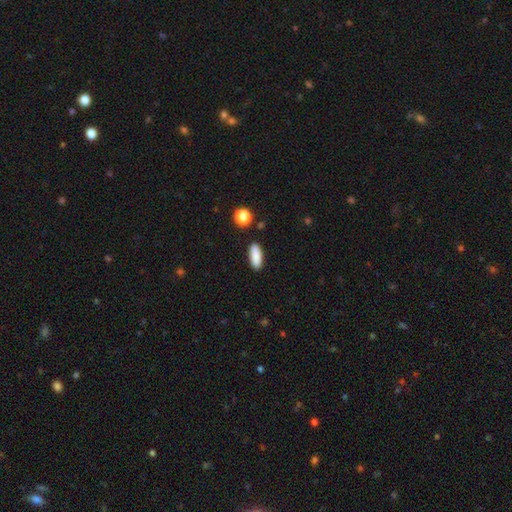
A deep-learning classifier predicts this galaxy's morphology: The model was most divided on "how rounded": in between: 71%, cigar-shaped: 27%, round: 2%. More confident: merging — none (88%); smooth or featured — smooth (88%).